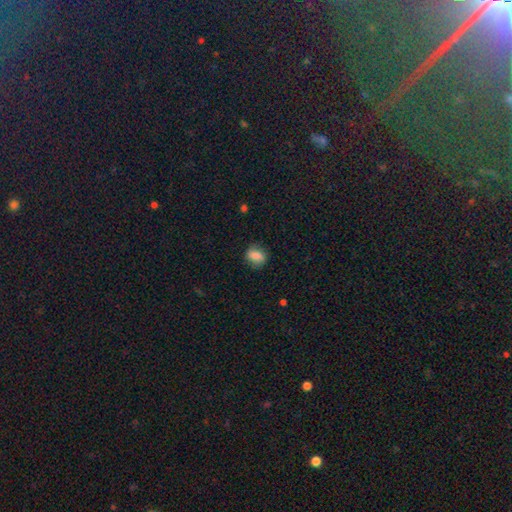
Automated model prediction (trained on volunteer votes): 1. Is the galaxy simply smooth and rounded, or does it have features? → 78% smooth, 13% featured or disk, 9% star or artifact.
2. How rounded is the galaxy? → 58% in between, 40% round, 2% cigar-shaped.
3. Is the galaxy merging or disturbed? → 77% none, 17% minor disturbance, 5% major disturbance, 1% merger.